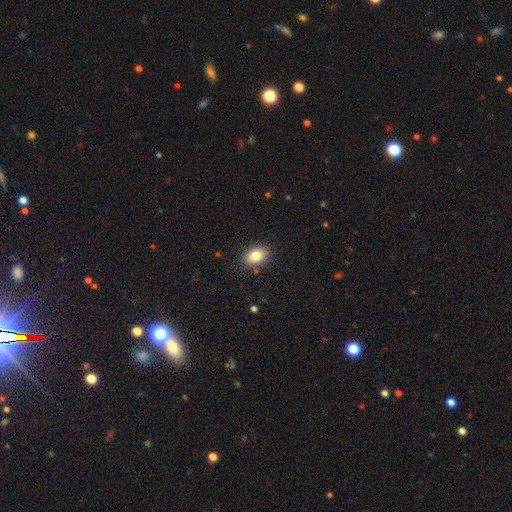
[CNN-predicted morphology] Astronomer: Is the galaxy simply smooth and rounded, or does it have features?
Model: smooth — 81%.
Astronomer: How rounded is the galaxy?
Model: in between — 84%.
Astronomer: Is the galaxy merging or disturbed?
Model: none — 86%.